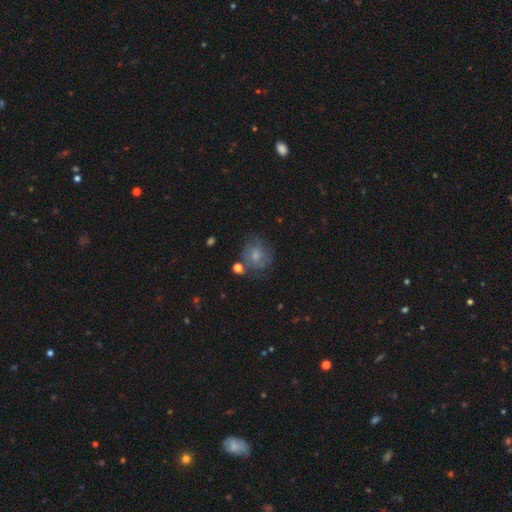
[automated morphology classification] Q: Smooth or featured?
A: smooth (66%); runner-up: featured or disk (23%)
Q: How rounded?
A: round (80%); runner-up: in between (19%)
Q: Merging?
A: none (59%); runner-up: minor disturbance (22%)